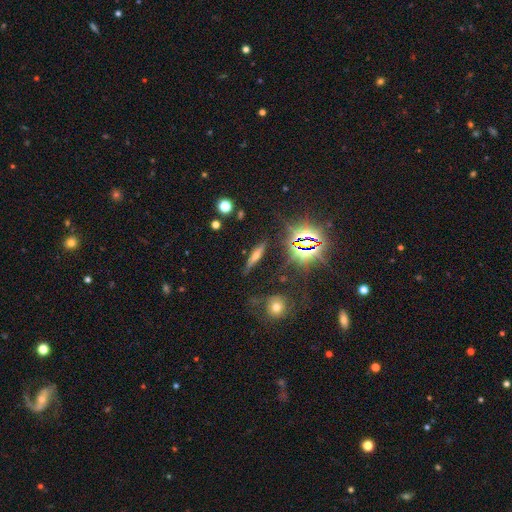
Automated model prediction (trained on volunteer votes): A featured or disk galaxy (41%).

Vote fractions:
- Smooth or featured? featured or disk: 41% / smooth: 36% / star or artifact: 23%
- Merging? none: 82% / minor disturbance: 11% / major disturbance: 4% / merger: 3%